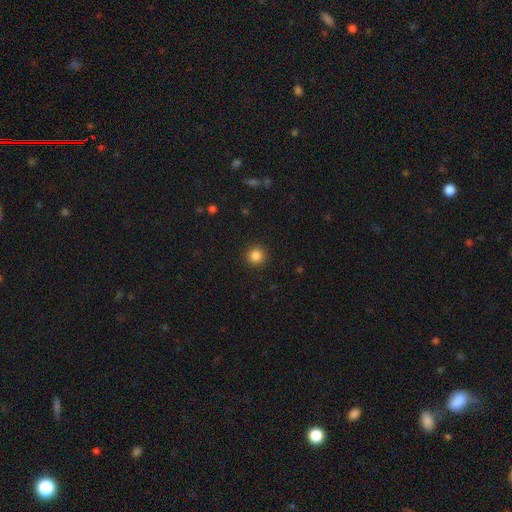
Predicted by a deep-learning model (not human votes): This appears to be a smooth galaxy with no disk features (86%) that is round (95%). Merging: none (92%).